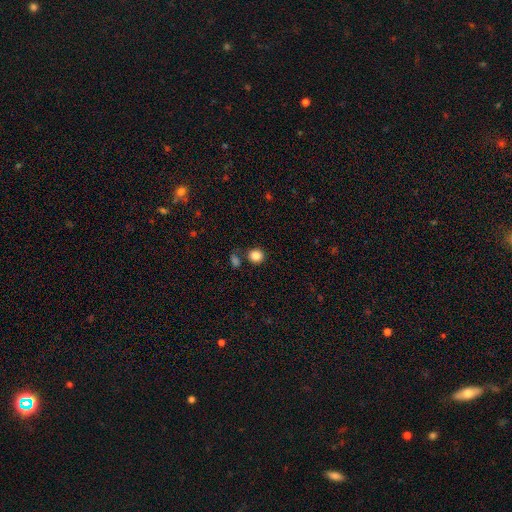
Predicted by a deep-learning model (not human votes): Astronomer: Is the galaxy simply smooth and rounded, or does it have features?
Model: smooth — 86%.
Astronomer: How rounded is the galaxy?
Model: round — 85%.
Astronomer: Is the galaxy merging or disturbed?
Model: none — 78%.